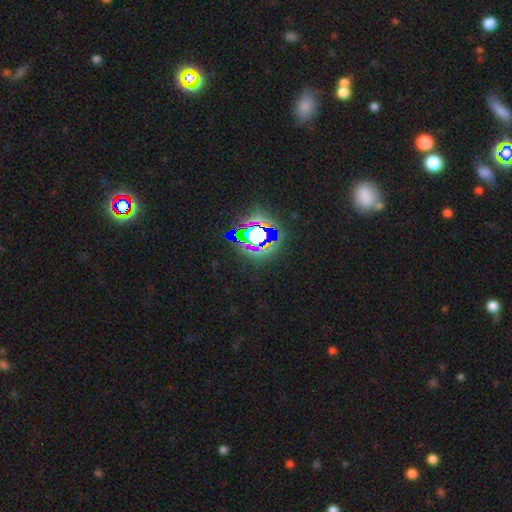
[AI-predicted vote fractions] Overall: star or artifact (83%).